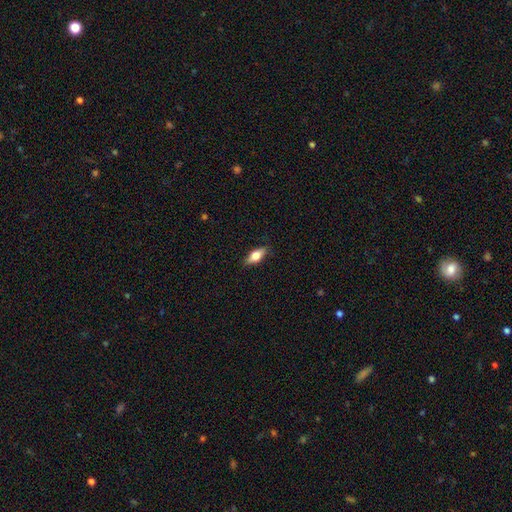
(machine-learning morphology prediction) Smooth or featured?
  - smooth: 61% *
  - featured or disk: 32%
  - star or artifact: 7%
How rounded?
  - in between: 74% *
  - cigar-shaped: 23%
  - round: 4%
Merging?
  - none: 86% *
  - minor disturbance: 11%
  - major disturbance: 2%
  - merger: 1%